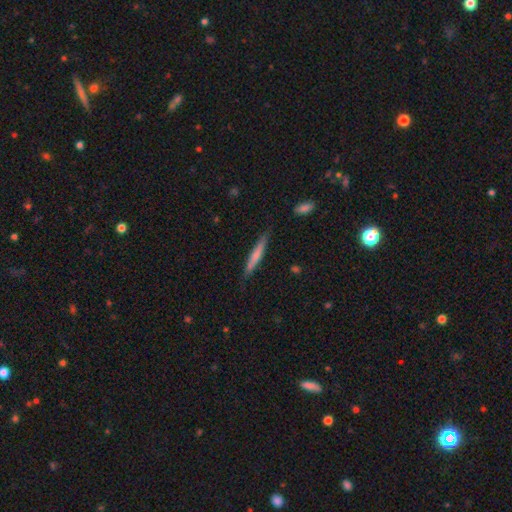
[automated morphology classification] smooth-or-featured: smooth: 61% | featured or disk: 34% | star or artifact: 6%
  how-rounded: cigar-shaped: 94% | in between: 4% | round: 1%
  merging: none: 84% | minor disturbance: 12% | major disturbance: 2% | merger: 2%